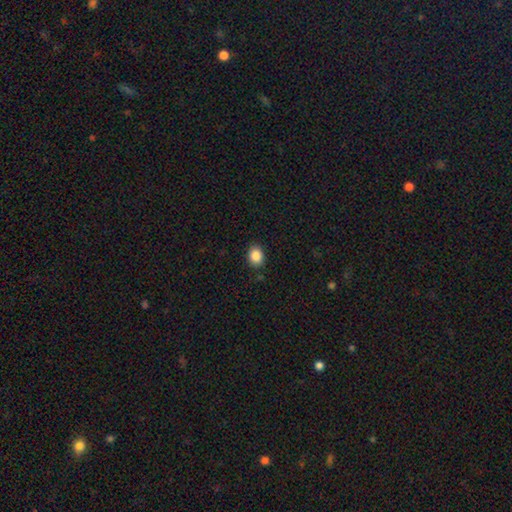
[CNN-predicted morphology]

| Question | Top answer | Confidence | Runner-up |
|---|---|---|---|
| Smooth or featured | smooth | 87% | star or artifact (9%) |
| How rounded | in between | 51% | round (48%) |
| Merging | none | 87% | minor disturbance (9%) |